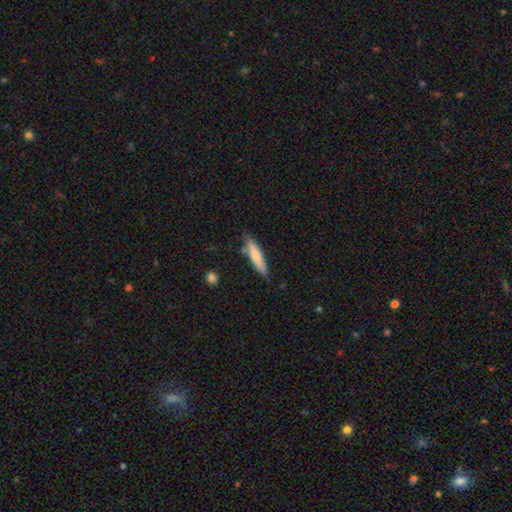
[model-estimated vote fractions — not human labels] smooth_or_featured: smooth (p=0.72) [alt: featured or disk p=0.22]
how_rounded: cigar-shaped (p=0.79) [alt: in between p=0.19]
merging: none (p=0.74) [alt: minor disturbance p=0.19]